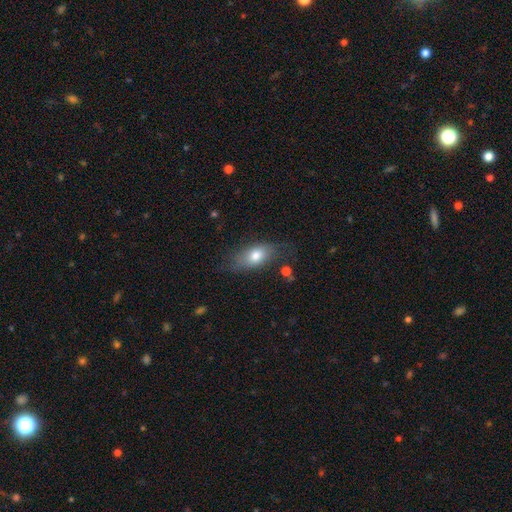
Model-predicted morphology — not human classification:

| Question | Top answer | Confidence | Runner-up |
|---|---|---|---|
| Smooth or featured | smooth | 75% | featured or disk (18%) |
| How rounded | in between | 84% | cigar-shaped (8%) |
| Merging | none | 69% | minor disturbance (21%) |